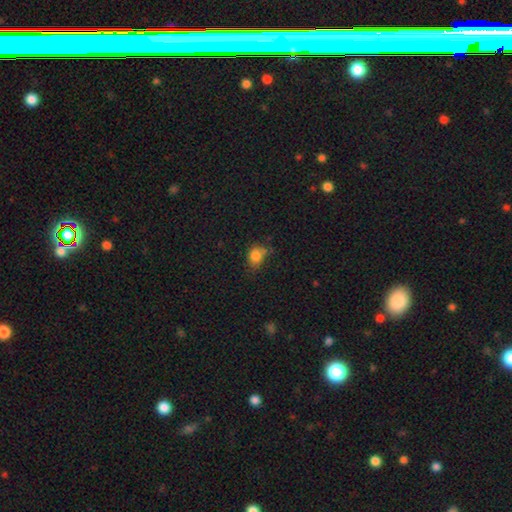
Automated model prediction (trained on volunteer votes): Q: Smooth or featured?
A: smooth (82%); runner-up: star or artifact (11%)
Q: How rounded?
A: in between (50%); runner-up: round (49%)
Q: Merging?
A: none (49%); runner-up: minor disturbance (32%)